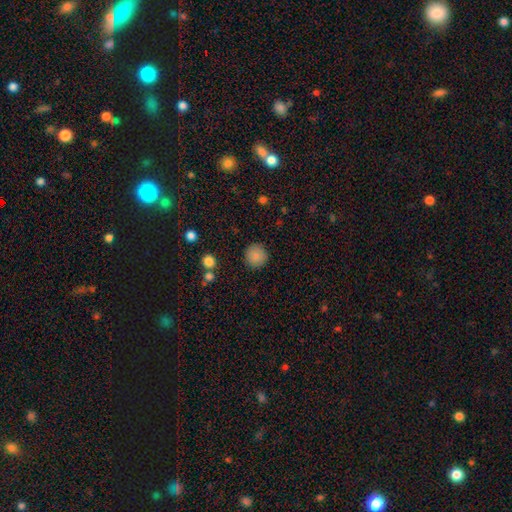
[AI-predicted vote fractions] Morphology: type=smooth (86%); roundness=round (94%); merging=none (90%).